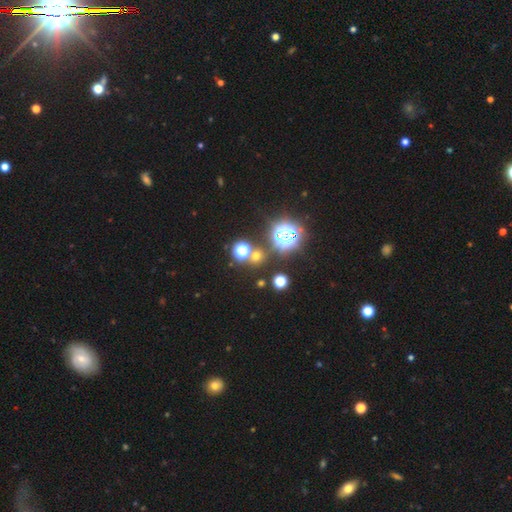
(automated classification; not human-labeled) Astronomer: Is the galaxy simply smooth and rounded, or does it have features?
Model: smooth — 47% (runner-up: star or artifact, 45%).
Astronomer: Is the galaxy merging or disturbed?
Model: none — 76%.